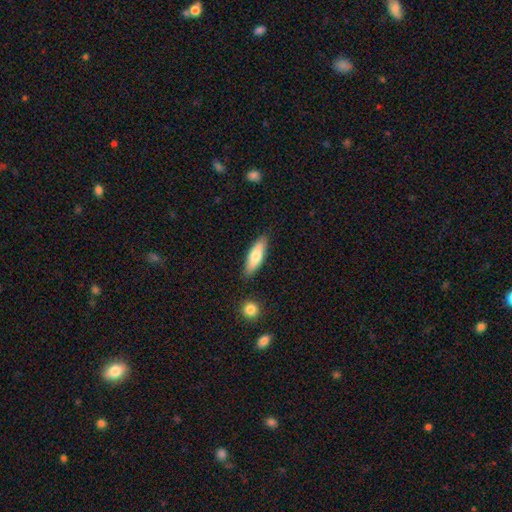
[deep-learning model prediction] Smooth or featured?
  - smooth: 72% *
  - featured or disk: 22%
  - star or artifact: 6%
How rounded?
  - in between: 52% *
  - cigar-shaped: 46%
  - round: 2%
Merging?
  - none: 83% *
  - minor disturbance: 11%
  - merger: 3%
  - major disturbance: 2%